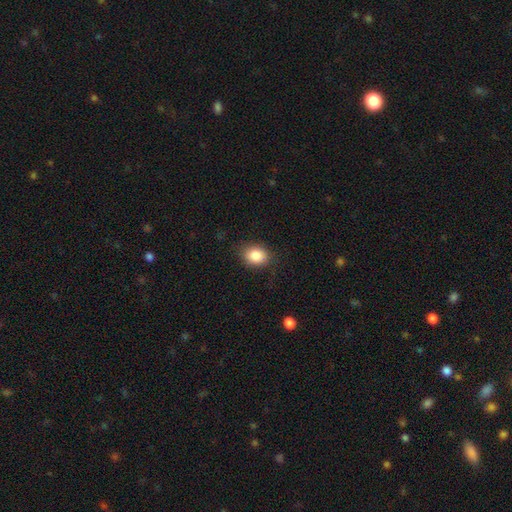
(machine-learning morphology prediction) Smooth or featured?
  - smooth: 85% *
  - star or artifact: 9%
  - featured or disk: 6%
How rounded?
  - in between: 52% *
  - round: 47%
  - cigar-shaped: 1%
Merging?
  - none: 82% *
  - minor disturbance: 13%
  - major disturbance: 3%
  - merger: 1%